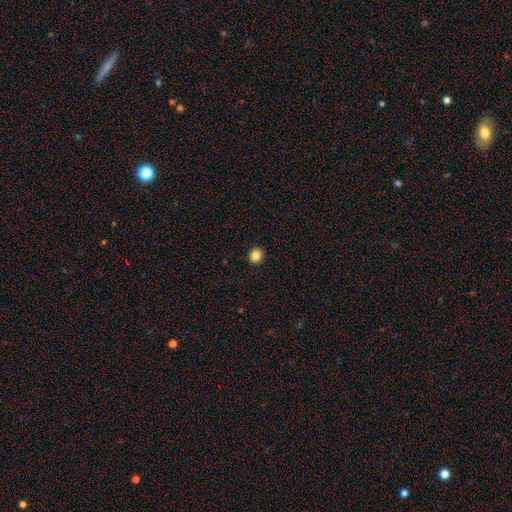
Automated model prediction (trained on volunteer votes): Smooth or featured? smooth (84%)
How rounded? round (91%)
Merging? none (93%)